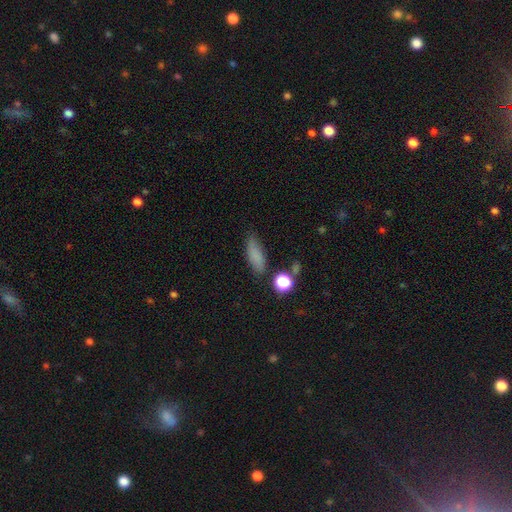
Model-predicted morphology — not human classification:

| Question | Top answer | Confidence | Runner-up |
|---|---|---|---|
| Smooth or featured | smooth | 77% | star or artifact (12%) |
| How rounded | in between | 64% | cigar-shaped (30%) |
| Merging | none | 71% | minor disturbance (19%) |